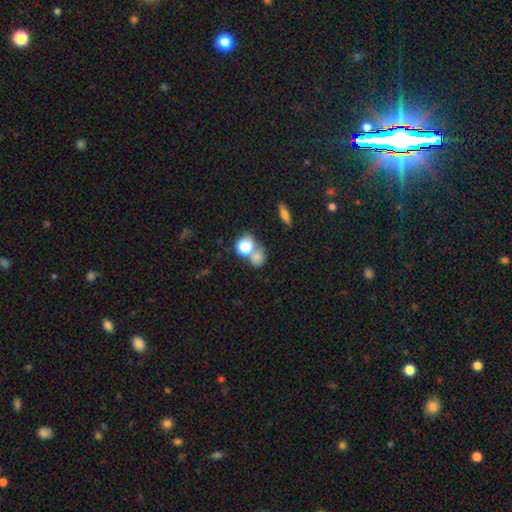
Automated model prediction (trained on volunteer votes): Morphology: type=smooth (71%); roundness=round (67%); merging=none (43%).